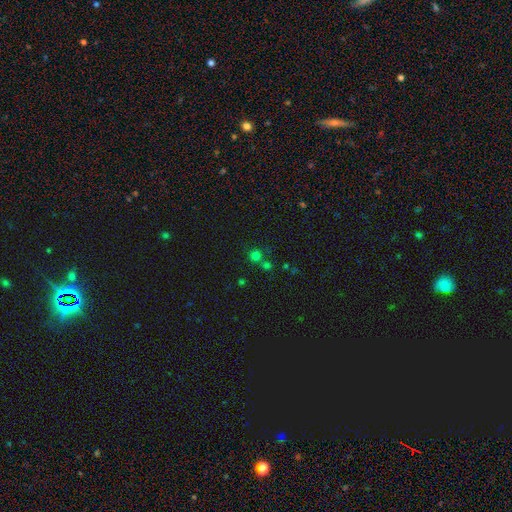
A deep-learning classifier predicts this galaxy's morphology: A smooth galaxy with no disk features (66%) that is round (91%).

Vote fractions:
- Smooth or featured? smooth: 66% / star or artifact: 27% / featured or disk: 7%
- How rounded? round: 91% / in between: 8% / cigar-shaped: 1%
- Merging? none: 64% / merger: 25% / minor disturbance: 7% / major disturbance: 4%